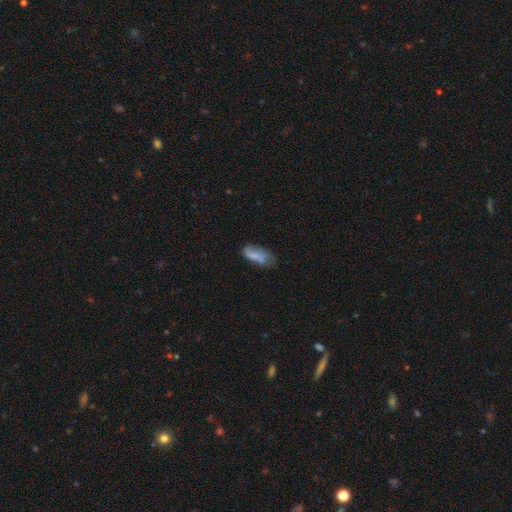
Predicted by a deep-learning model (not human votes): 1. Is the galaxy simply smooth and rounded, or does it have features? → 68% smooth, 24% featured or disk, 8% star or artifact.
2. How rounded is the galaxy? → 82% in between, 16% cigar-shaped, 2% round.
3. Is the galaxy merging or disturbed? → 41% none, 35% minor disturbance, 18% major disturbance, 7% merger.